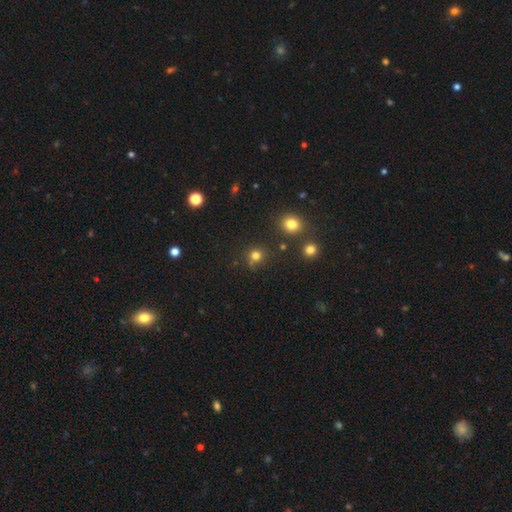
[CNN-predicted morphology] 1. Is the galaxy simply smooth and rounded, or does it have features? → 77% smooth, 18% star or artifact, 5% featured or disk.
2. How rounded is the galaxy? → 90% round, 9% in between, 1% cigar-shaped.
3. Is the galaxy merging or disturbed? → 78% none, 11% minor disturbance, 6% merger, 4% major disturbance.